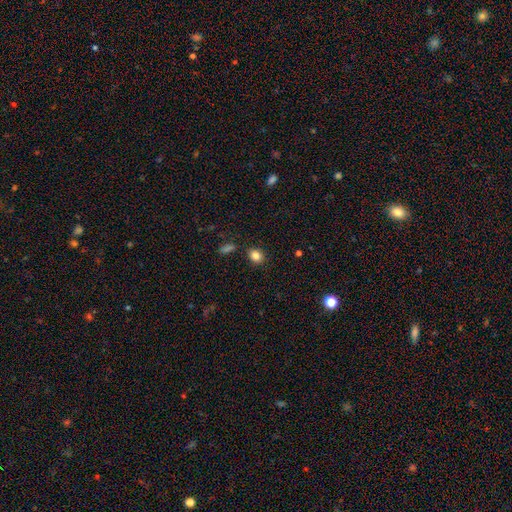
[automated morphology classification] smooth-or-featured: smooth: 84% | star or artifact: 11% | featured or disk: 5%
  how-rounded: round: 58% | in between: 41% | cigar-shaped: 1%
  merging: none: 85% | minor disturbance: 9% | merger: 3% | major disturbance: 3%